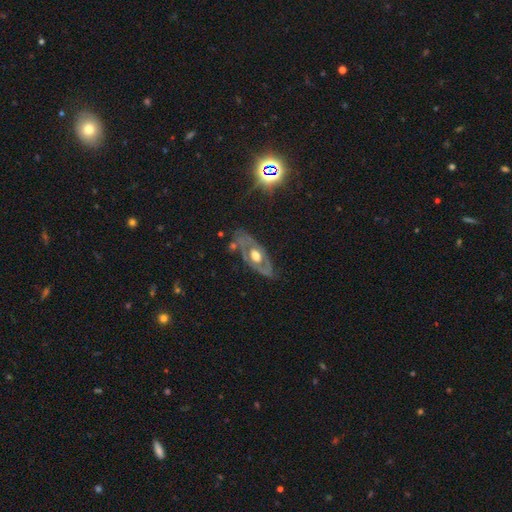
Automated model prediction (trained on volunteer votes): Smooth or featured? Predicted: featured or disk (p=0.73). Edge-on disk? Predicted: no (p=0.82). Bar? Predicted: no (p=0.79). Spiral arms? Predicted: no (p=0.61). Bulge size? Predicted: moderate (p=0.58). Merging? Predicted: none (p=0.69).